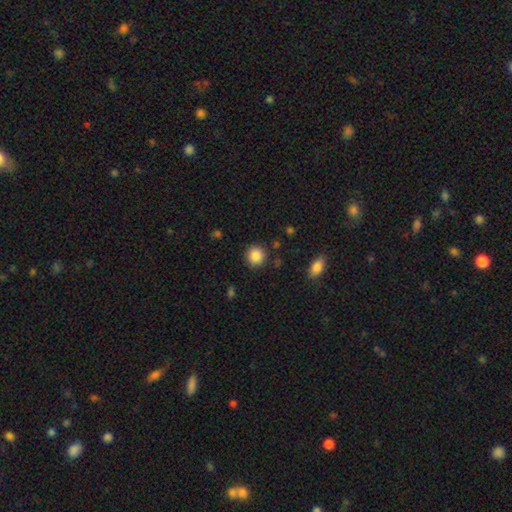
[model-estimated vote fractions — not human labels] The model was most divided on "how rounded": round: 89%, in between: 10%, cigar-shaped: 1%. More confident: smooth or featured — smooth (88%); merging — none (87%).